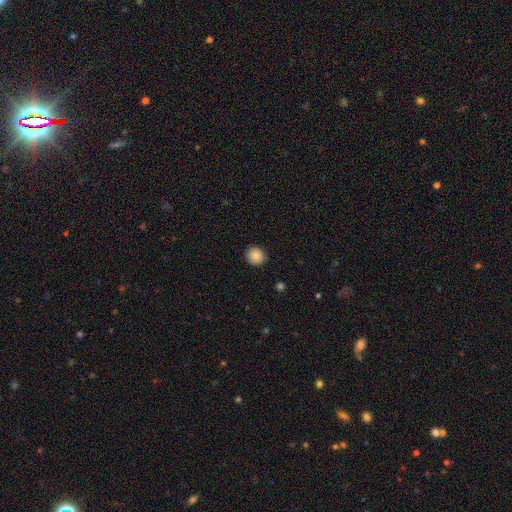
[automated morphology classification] smooth_or_featured: smooth (p=0.87) [alt: star or artifact p=0.09]
how_rounded: round (p=0.91) [alt: in between p=0.08]
merging: none (p=0.92) [alt: minor disturbance p=0.06]